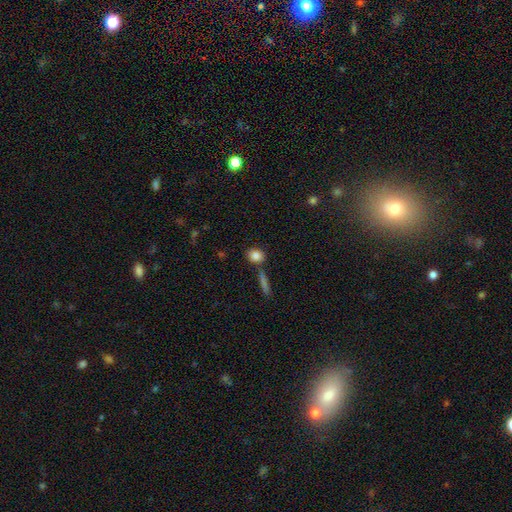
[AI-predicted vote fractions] Smooth or featured: smooth — 84% (star or artifact — 8%)
How rounded: round — 63% (in between — 31%)
Merging: none — 73% (merger — 13%)